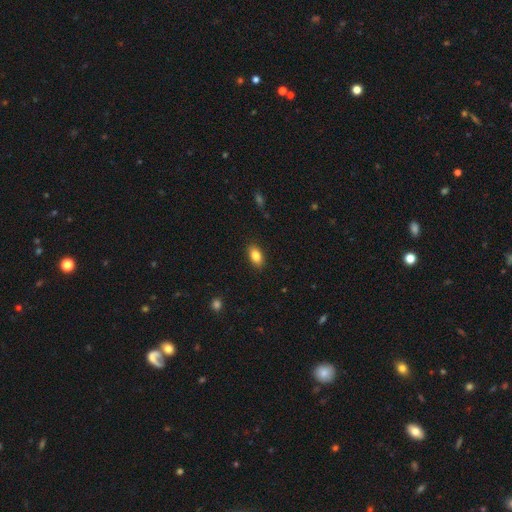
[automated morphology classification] Smooth or featured? smooth (85%)
How rounded? in between (90%)
Merging? none (89%)